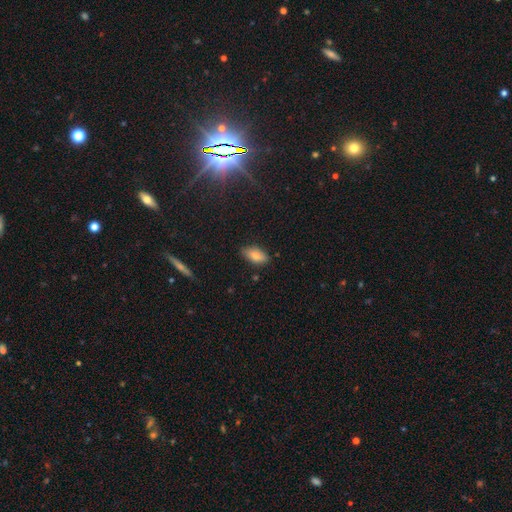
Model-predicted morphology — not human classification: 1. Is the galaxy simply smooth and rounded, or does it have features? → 79% smooth, 13% featured or disk, 8% star or artifact.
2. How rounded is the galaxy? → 89% in between, 8% cigar-shaped, 3% round.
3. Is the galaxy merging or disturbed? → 83% none, 13% minor disturbance, 2% major disturbance, 2% merger.